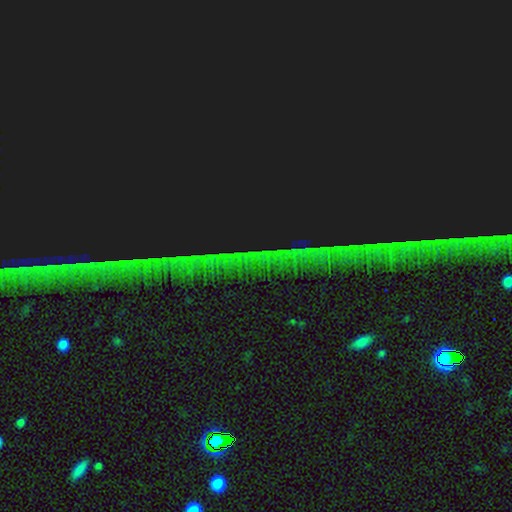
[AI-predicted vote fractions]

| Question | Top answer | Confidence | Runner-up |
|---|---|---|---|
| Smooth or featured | star or artifact | 85% | smooth (8%) |